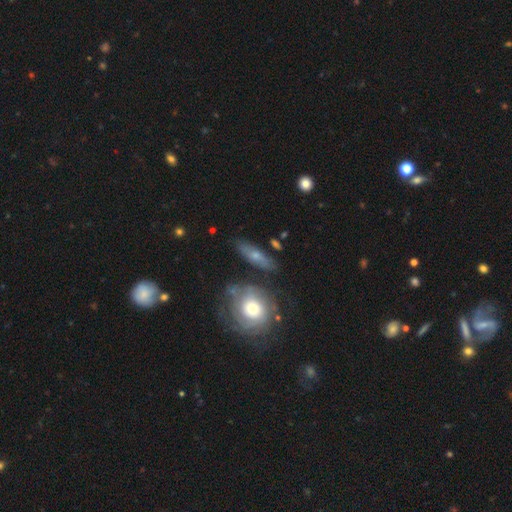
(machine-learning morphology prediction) smooth_or_featured: smooth (p=0.52) [alt: featured or disk p=0.40]
how_rounded: in between (p=0.47) [alt: cigar-shaped p=0.44]
merging: none (p=0.76) [alt: minor disturbance p=0.14]